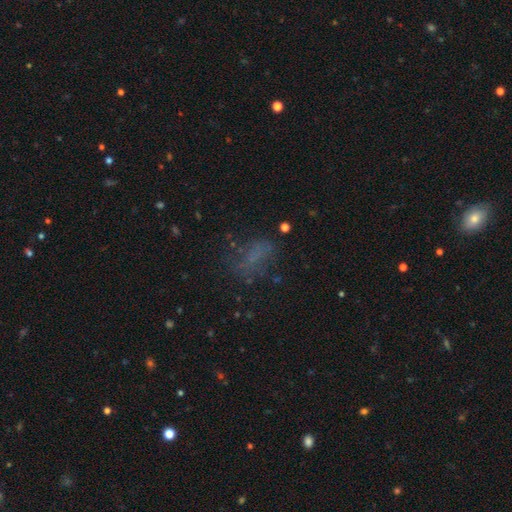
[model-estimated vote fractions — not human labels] This appears to be a smooth galaxy with no disk features (50%) that is in between round and cigar-shaped (77%). Merging: none (52%).